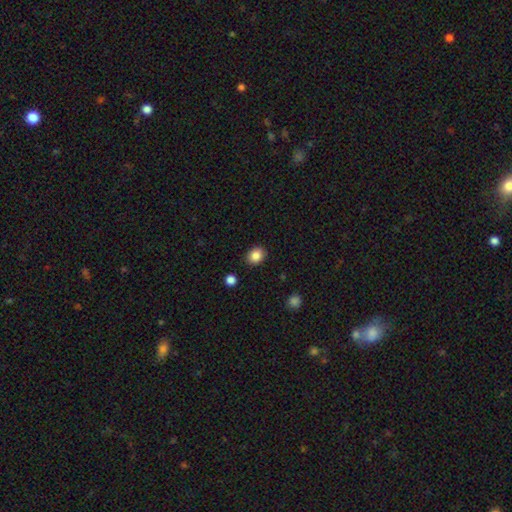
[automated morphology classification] A smooth galaxy with no disk features (86%) that is round (50%). Merging: none (88%).